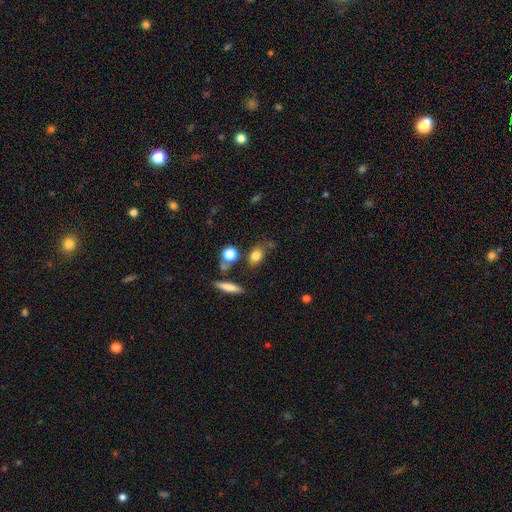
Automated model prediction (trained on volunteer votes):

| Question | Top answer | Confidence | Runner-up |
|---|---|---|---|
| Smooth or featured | smooth | 81% | star or artifact (10%) |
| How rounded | in between | 62% | round (31%) |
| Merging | none | 63% | minor disturbance (18%) |